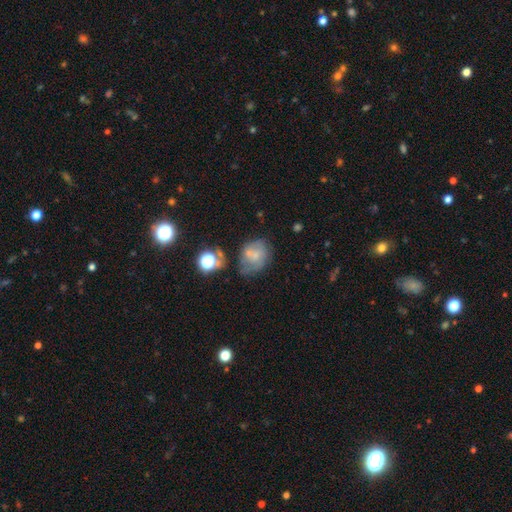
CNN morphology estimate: This appears to be a smooth galaxy with no disk features (49%). Merging: none (39%).